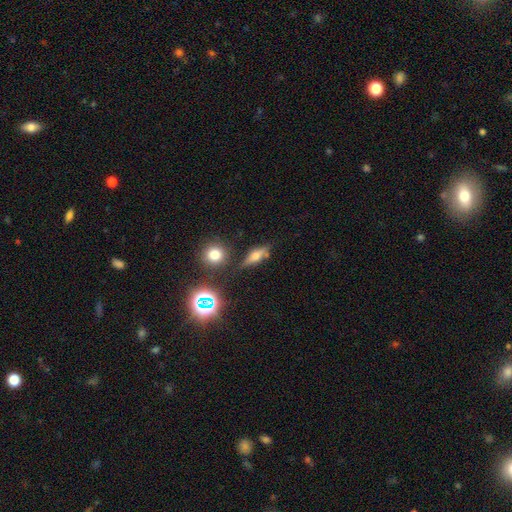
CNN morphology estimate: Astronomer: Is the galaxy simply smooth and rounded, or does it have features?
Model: featured or disk — 42% (runner-up: smooth, 40%).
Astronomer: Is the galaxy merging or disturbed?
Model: none — 72%.